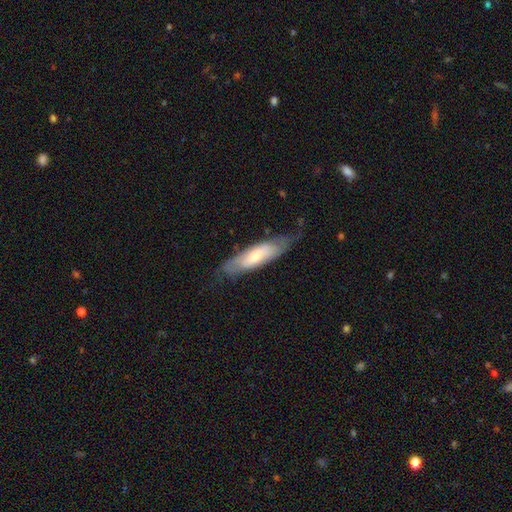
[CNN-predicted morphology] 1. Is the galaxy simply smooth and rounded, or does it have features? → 51% smooth, 43% featured or disk, 6% star or artifact.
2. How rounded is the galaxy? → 56% cigar-shaped, 42% in between, 1% round.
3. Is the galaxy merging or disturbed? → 60% none, 27% minor disturbance, 11% major disturbance, 2% merger.